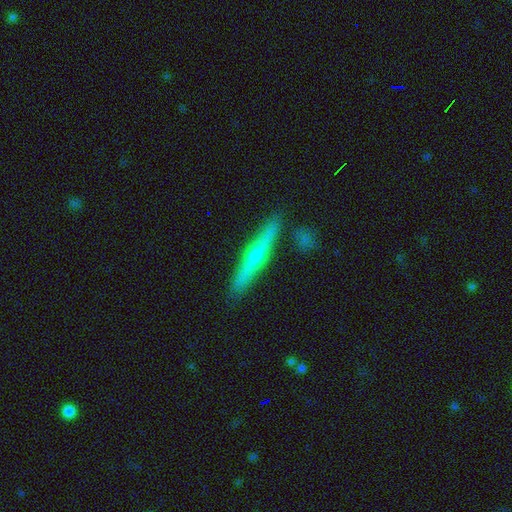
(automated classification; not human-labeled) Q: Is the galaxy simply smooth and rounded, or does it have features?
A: featured or disk — 65%.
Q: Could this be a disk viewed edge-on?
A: yes — 97%.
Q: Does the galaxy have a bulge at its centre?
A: rounded — 89%.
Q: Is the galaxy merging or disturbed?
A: none — 88%.